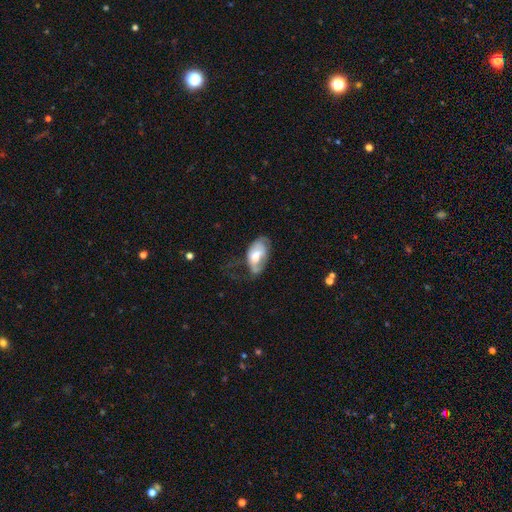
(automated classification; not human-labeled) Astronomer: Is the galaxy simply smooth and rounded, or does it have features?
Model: smooth — 52% (runner-up: featured or disk, 41%).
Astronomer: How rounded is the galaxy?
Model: in between — 93%.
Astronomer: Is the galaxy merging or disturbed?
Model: major disturbance — 38% (runner-up: minor disturbance, 32%).